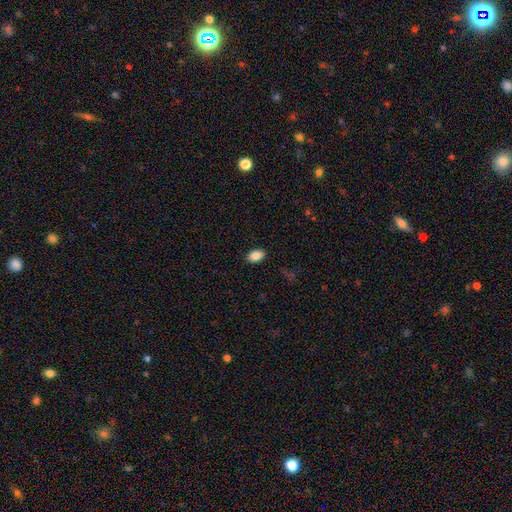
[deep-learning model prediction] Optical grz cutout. It shows a smooth galaxy with no disk features (86%) that is in between round and cigar-shaped (88%). Merging: none (89%).